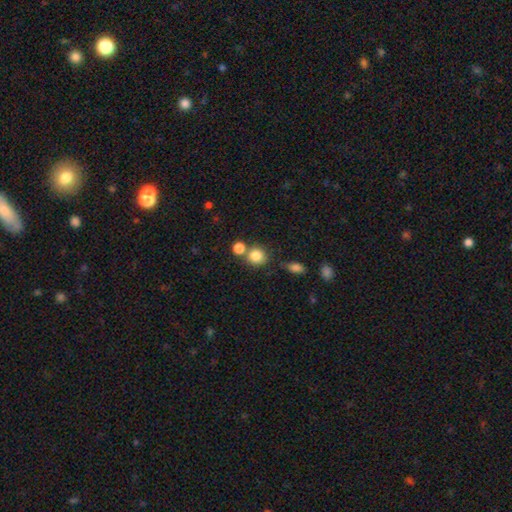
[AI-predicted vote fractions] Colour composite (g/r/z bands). It shows a smooth galaxy with no disk features (83%) that is round (85%). Merging: none (63%).